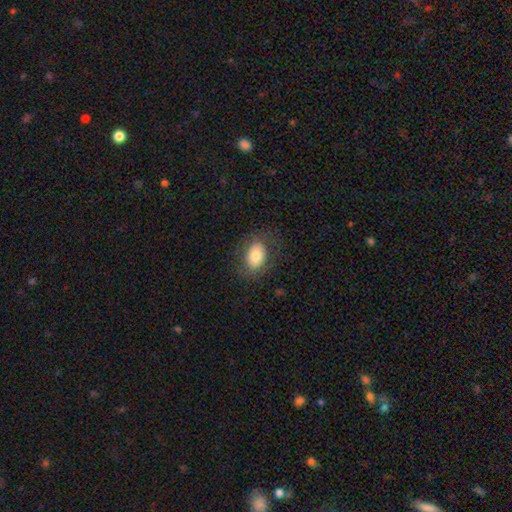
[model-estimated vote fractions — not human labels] A smooth galaxy with no disk features (78%) that is in between round and cigar-shaped (82%). Merging: none (78%).